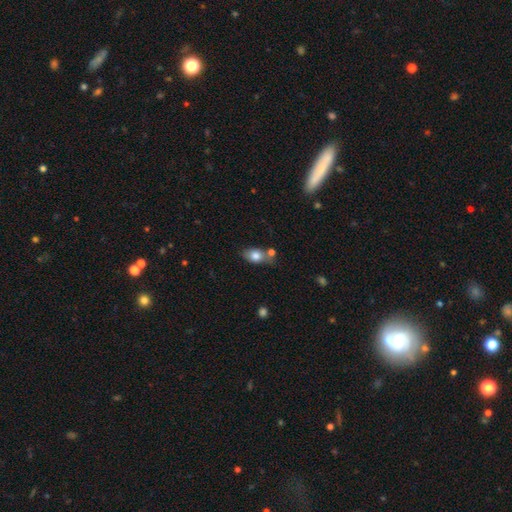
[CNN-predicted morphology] smooth 79%, featured or disk 13%, star or artifact 8%. Down the decision tree: how rounded — in between (79%); merging — none (59%).